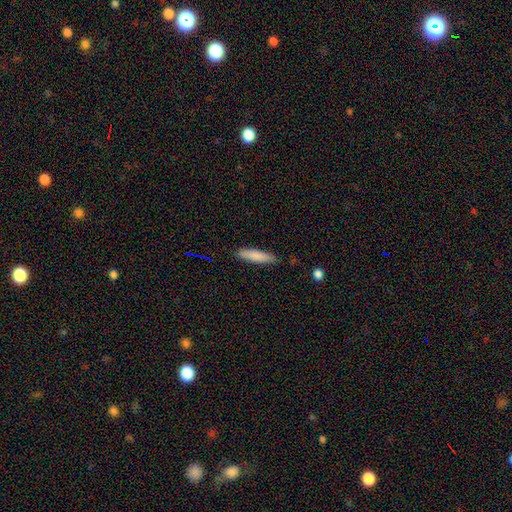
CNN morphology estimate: smooth-or-featured: smooth: 84% | featured or disk: 10% | star or artifact: 6%
  how-rounded: cigar-shaped: 74% | in between: 25% | round: 1%
  merging: none: 85% | minor disturbance: 12% | major disturbance: 2% | merger: 1%